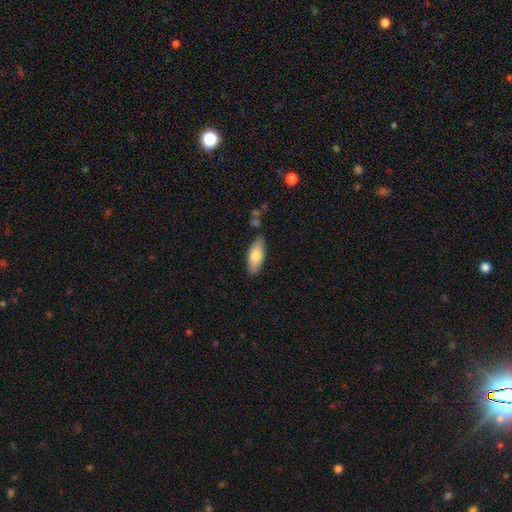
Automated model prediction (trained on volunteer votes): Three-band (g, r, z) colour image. It shows a smooth galaxy with no disk features (72%) that is in between round and cigar-shaped (78%). Merging: none (82%).